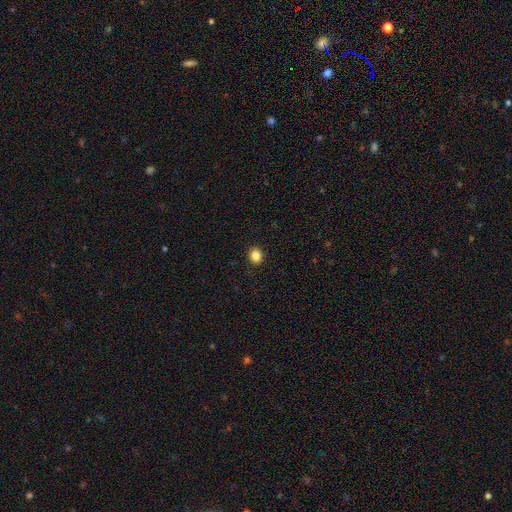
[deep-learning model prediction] A smooth galaxy with no disk features (85%) that is round (70%). Merging: none (92%).